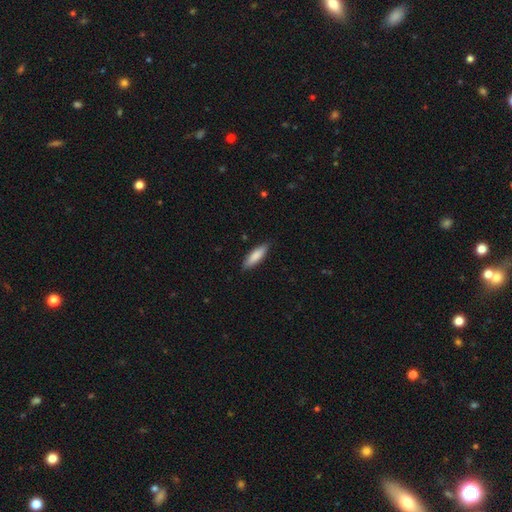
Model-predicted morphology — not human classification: Q: Smooth or featured?
A: smooth (84%); runner-up: featured or disk (11%)
Q: How rounded?
A: cigar-shaped (57%); runner-up: in between (41%)
Q: Merging?
A: none (86%); runner-up: minor disturbance (11%)